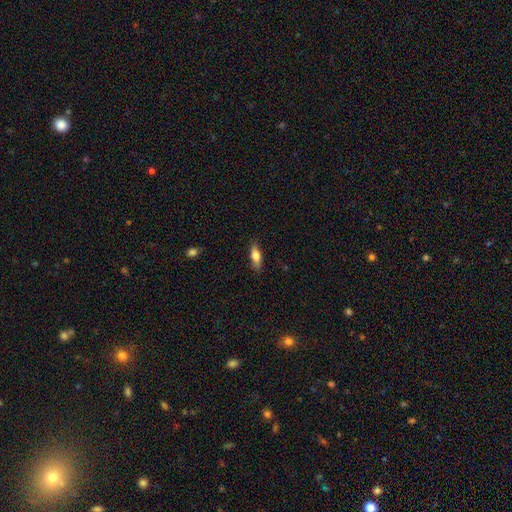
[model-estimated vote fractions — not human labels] smooth 76%, featured or disk 17%, star or artifact 7%. Down the decision tree: how rounded — in between (67%); merging — none (82%).